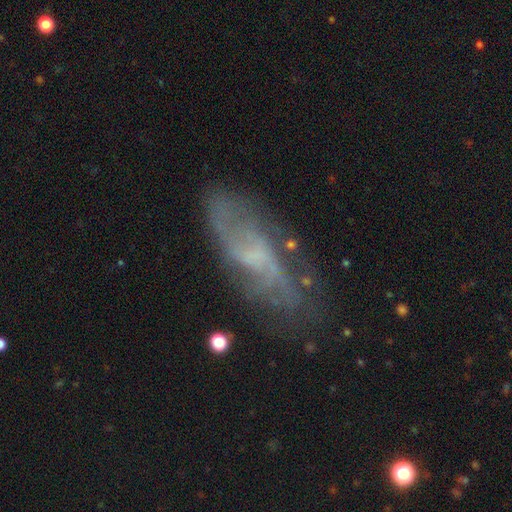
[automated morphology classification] A featured or disk galaxy (69%) with no bar (48%), spiral arms (79%) and no central bulge (46%). Merging: none (64%).